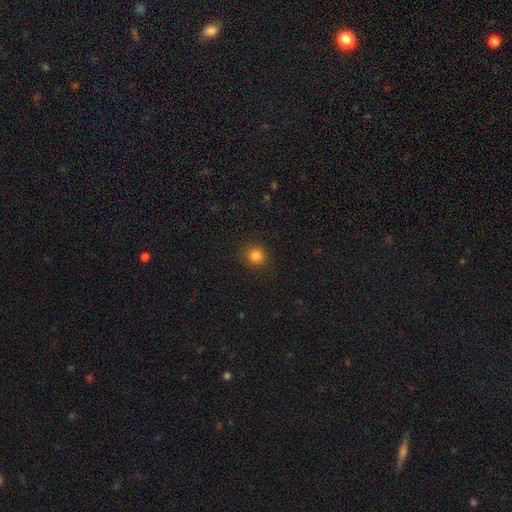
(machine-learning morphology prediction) A smooth galaxy with no disk features (83%) that is round (91%). Merging: none (90%).